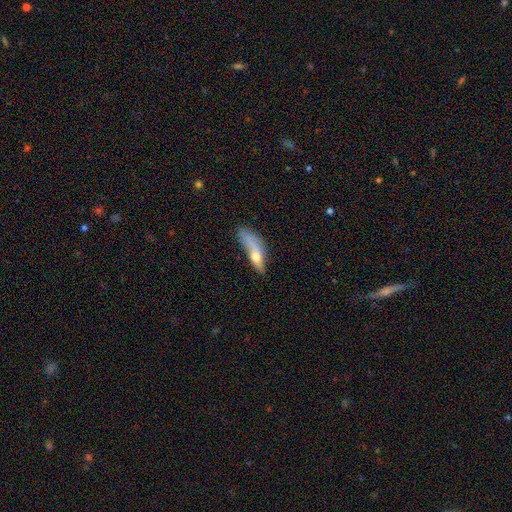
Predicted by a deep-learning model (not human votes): Overall: smooth (58%; featured or disk 34%). How rounded: cigar-shaped (61%; in between 36%). Merging: none (33%; minor disturbance 30%).